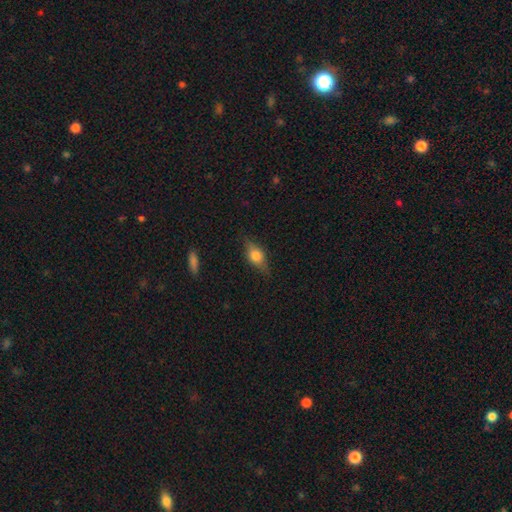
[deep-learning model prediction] smooth-or-featured: smooth: 54% | featured or disk: 38% | star or artifact: 8%
  how-rounded: in between: 69% | cigar-shaped: 18% | round: 12%
  merging: none: 79% | minor disturbance: 16% | major disturbance: 4% | merger: 1%